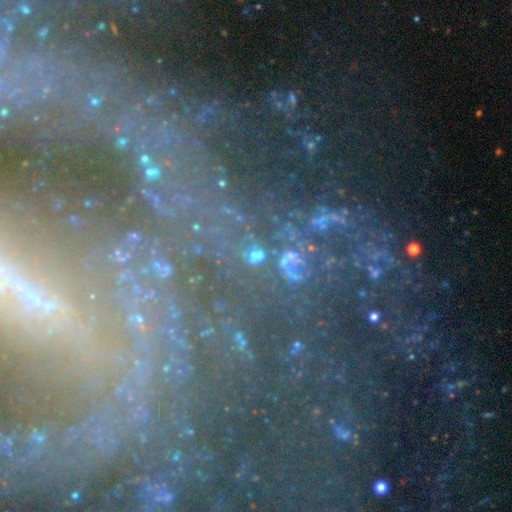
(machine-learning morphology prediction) Smooth or featured? star or artifact (52%)